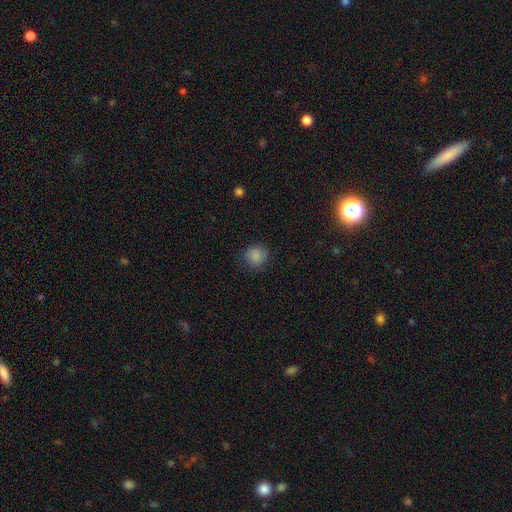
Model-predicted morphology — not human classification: This is clearly a smooth galaxy (86%). How rounded: clearly round (88%). Merging: clearly none (84%).